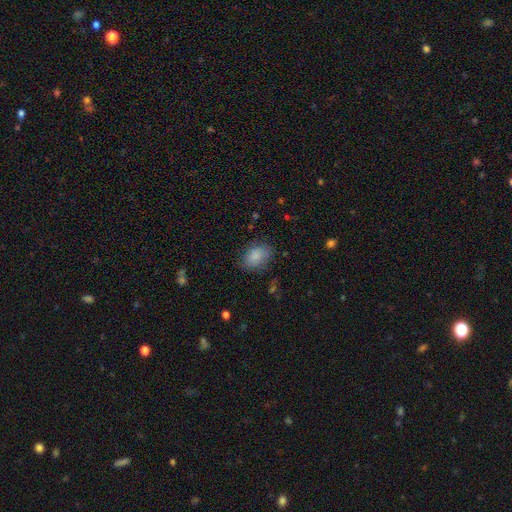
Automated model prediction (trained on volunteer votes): Overall: smooth (86%). How rounded: in between (81%). Merging: none (77%).